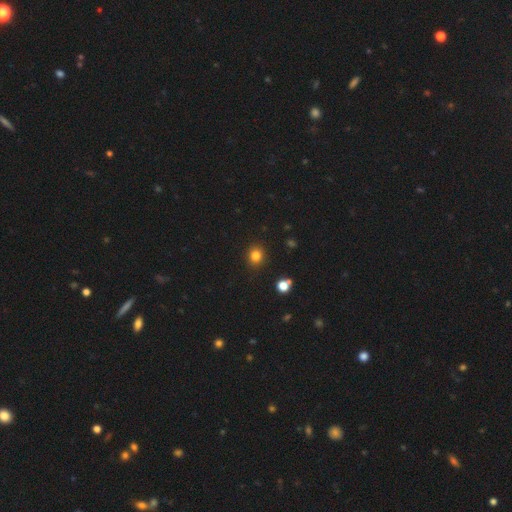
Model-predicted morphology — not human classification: smooth_or_featured: smooth (p=0.82) [alt: star or artifact p=0.13]
how_rounded: round (p=0.81) [alt: in between p=0.18]
merging: none (p=0.90) [alt: minor disturbance p=0.07]